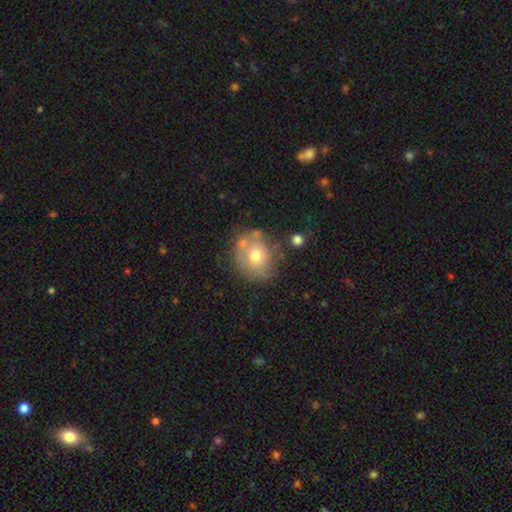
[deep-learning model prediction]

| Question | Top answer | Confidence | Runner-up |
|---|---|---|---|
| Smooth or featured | smooth | 64% | featured or disk (26%) |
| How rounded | round | 72% | in between (27%) |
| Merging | none | 59% | minor disturbance (20%) |